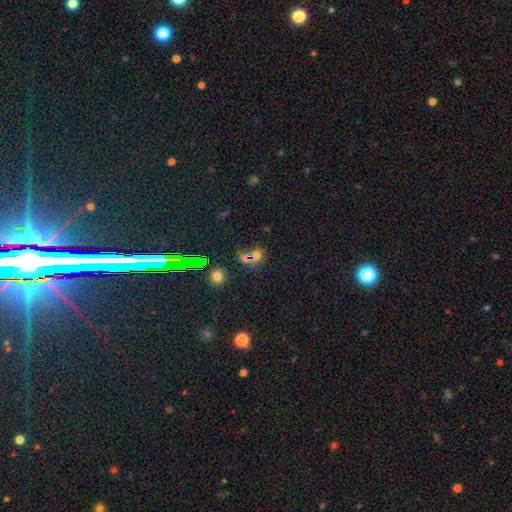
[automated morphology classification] type=smooth (47%); merging=none (61%).